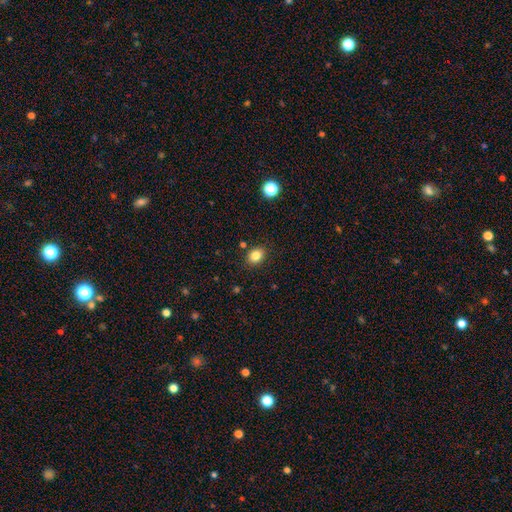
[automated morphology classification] Smooth or featured: smooth — 83% (star or artifact — 11%)
How rounded: in between — 55% (round — 44%)
Merging: none — 87% (minor disturbance — 9%)